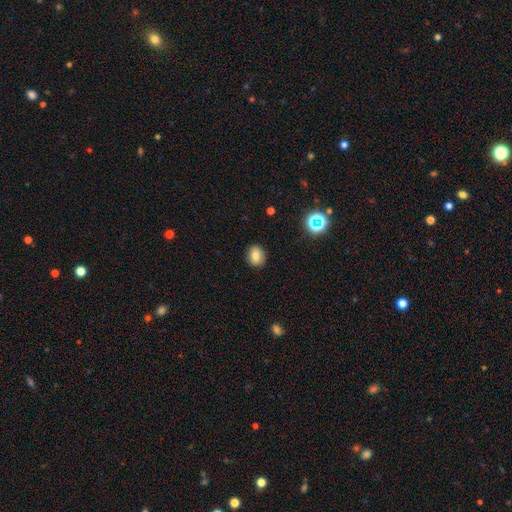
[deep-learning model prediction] Smooth or featured? Predicted: smooth (p=0.81). How rounded? Predicted: round (p=0.50). Merging? Predicted: none (p=0.88).